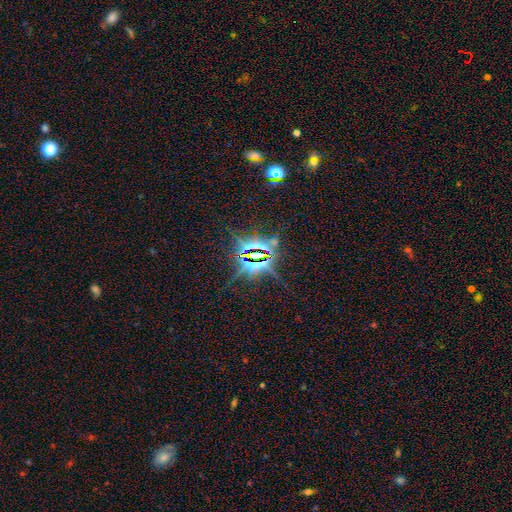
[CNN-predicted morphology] smooth-or-featured: star or artifact: 83% | featured or disk: 10% | smooth: 7%